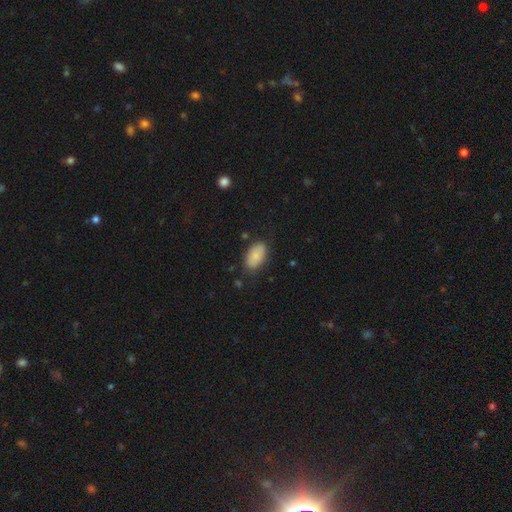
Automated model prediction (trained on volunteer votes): This appears to be a smooth galaxy with no disk features (85%) that is in between round and cigar-shaped (94%). Merging: none (81%).